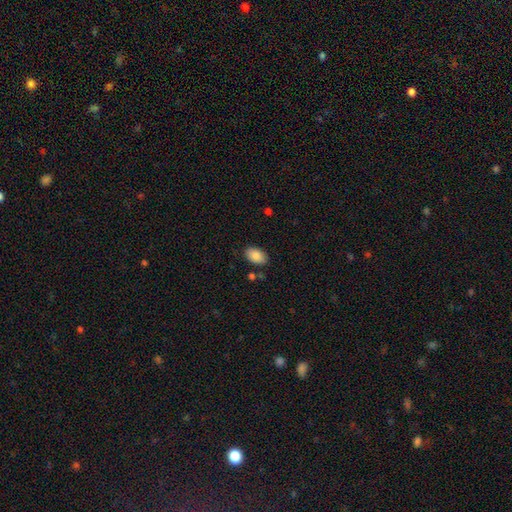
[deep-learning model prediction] smooth-or-featured: smooth: 87% | star or artifact: 7% | featured or disk: 6%
  how-rounded: in between: 93% | round: 6% | cigar-shaped: 1%
  merging: none: 84% | minor disturbance: 11% | merger: 3% | major disturbance: 2%